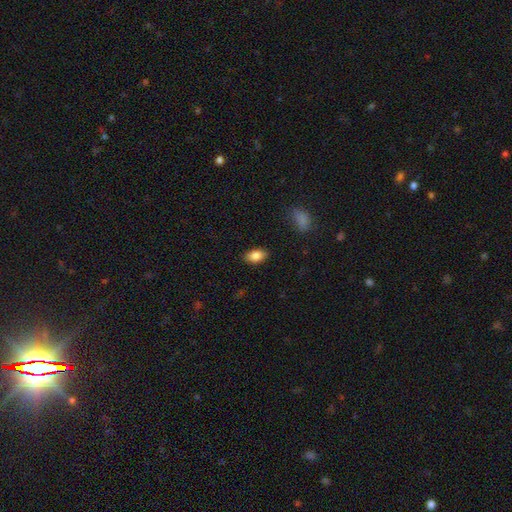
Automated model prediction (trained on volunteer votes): smooth_or_featured: smooth (p=0.85) [alt: star or artifact p=0.08]
how_rounded: in between (p=0.91) [alt: round p=0.07]
merging: none (p=0.87) [alt: minor disturbance p=0.10]